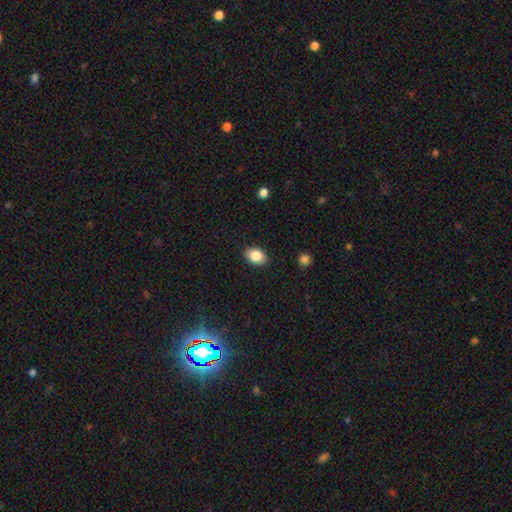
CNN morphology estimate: A smooth galaxy with no disk features (87%) that is in between round and cigar-shaped (74%).

Vote fractions:
- Smooth or featured? smooth: 87% / star or artifact: 8% / featured or disk: 5%
- How rounded? in between: 74% / round: 25% / cigar-shaped: 1%
- Merging? none: 88% / minor disturbance: 9% / major disturbance: 2% / merger: 1%